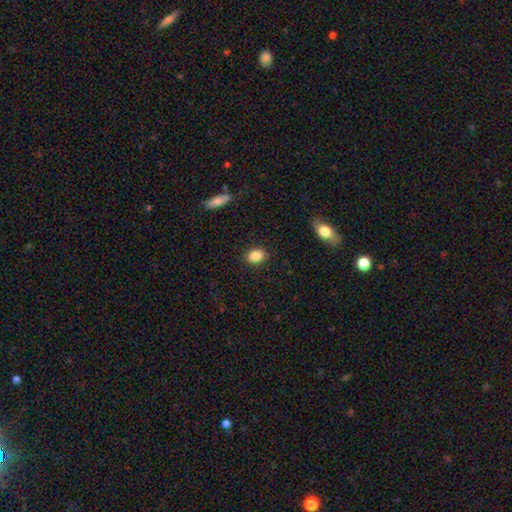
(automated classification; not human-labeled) A smooth galaxy with no disk features (87%) that is in between round and cigar-shaped (67%).

Vote fractions:
- Smooth or featured? smooth: 87% / star or artifact: 8% / featured or disk: 5%
- How rounded? in between: 67% / round: 31% / cigar-shaped: 1%
- Merging? none: 89% / minor disturbance: 8% / major disturbance: 2% / merger: 1%